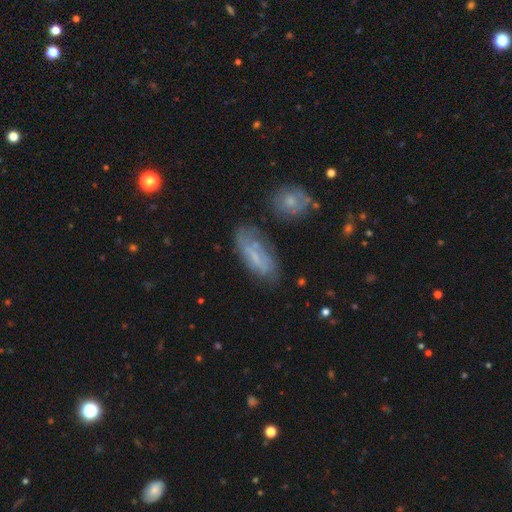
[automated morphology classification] This appears to be a featured or disk galaxy (47%). Merging: none (62%).